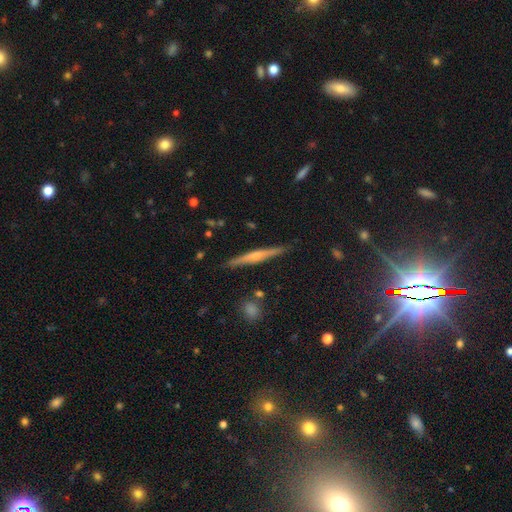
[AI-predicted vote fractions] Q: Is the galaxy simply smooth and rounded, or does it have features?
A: featured or disk — 69%.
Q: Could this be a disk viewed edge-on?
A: yes — 98%.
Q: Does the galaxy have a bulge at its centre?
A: rounded — 77%.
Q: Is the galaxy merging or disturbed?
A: none — 88%.